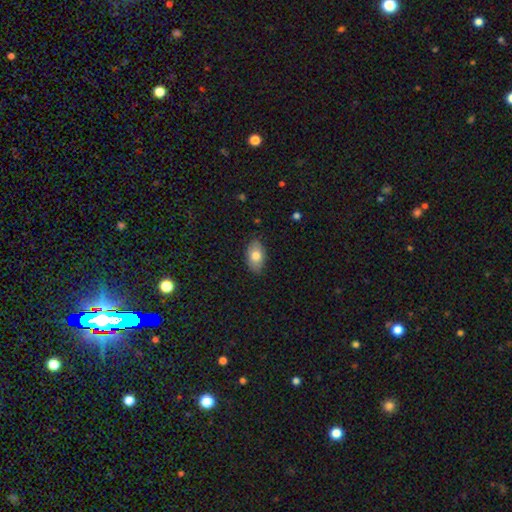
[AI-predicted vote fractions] Smooth or featured: smooth — 78% (featured or disk — 15%)
How rounded: in between — 91% (round — 7%)
Merging: none — 83% (minor disturbance — 13%)